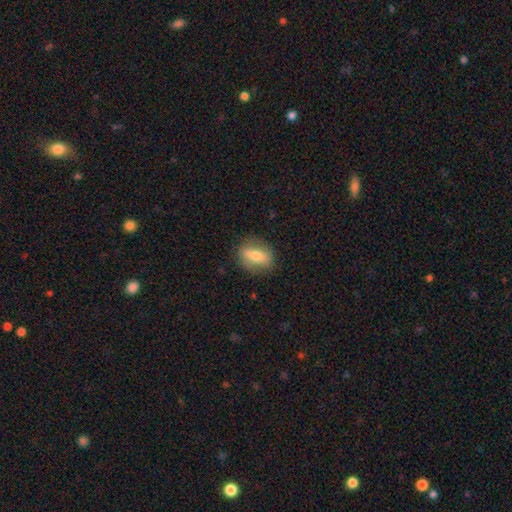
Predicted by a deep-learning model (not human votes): smooth_or_featured: smooth (p=0.57) [alt: featured or disk p=0.35]
how_rounded: in between (p=0.68) [alt: round p=0.22]
merging: none (p=0.82) [alt: minor disturbance p=0.13]